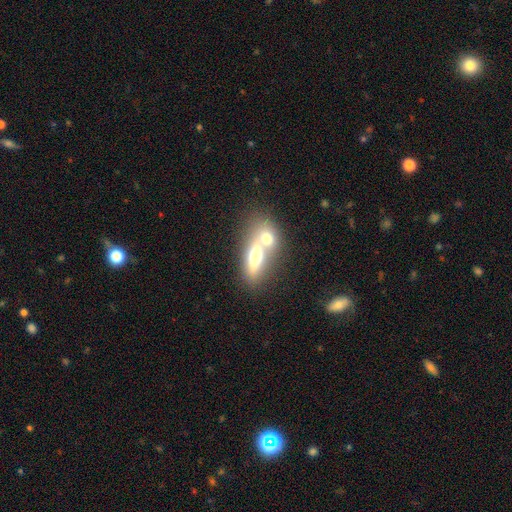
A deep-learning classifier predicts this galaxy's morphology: Smooth or featured: smooth — 57% (featured or disk — 35%)
How rounded: in between — 64% (cigar-shaped — 26%)
Merging: merger — 63% (none — 26%)